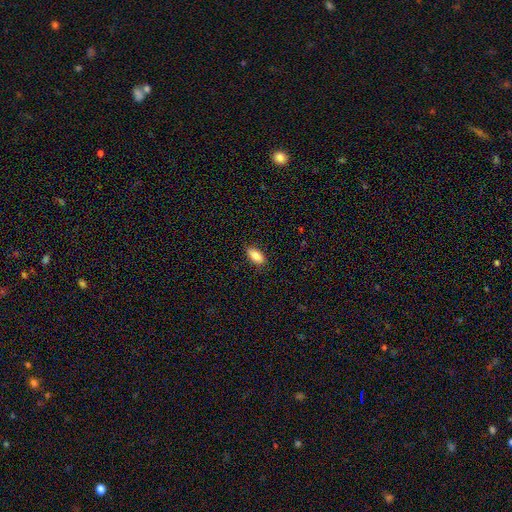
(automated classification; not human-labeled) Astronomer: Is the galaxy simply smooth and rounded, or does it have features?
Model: smooth — 86%.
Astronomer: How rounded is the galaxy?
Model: in between — 88%.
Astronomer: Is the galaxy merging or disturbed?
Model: none — 86%.